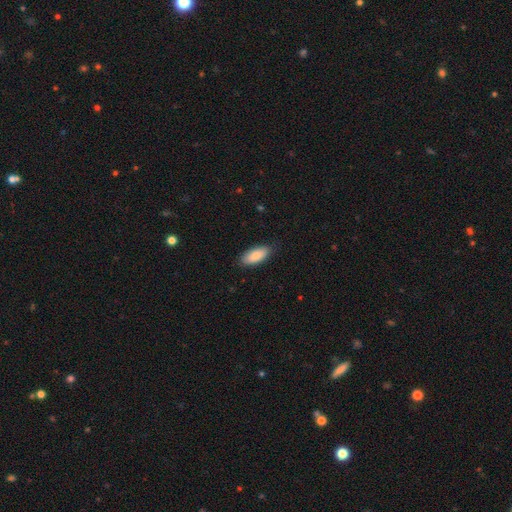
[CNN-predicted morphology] Smooth or featured?
  - smooth: 85% *
  - featured or disk: 9%
  - star or artifact: 6%
How rounded?
  - in between: 86% *
  - cigar-shaped: 12%
  - round: 2%
Merging?
  - none: 85% *
  - minor disturbance: 12%
  - major disturbance: 2%
  - merger: 1%